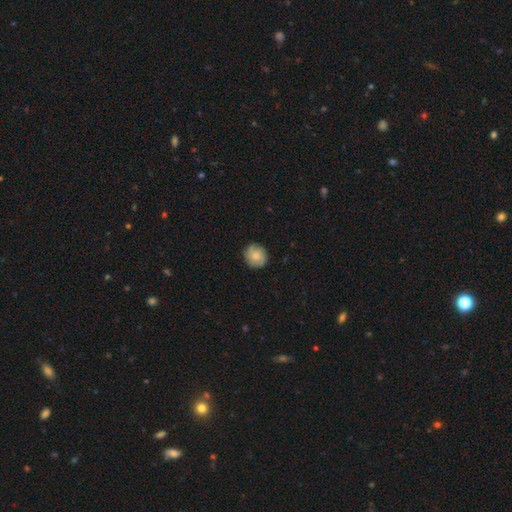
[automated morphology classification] smooth_or_featured: smooth (p=0.68) [alt: featured or disk p=0.25]
how_rounded: round (p=0.85) [alt: in between p=0.14]
merging: none (p=0.82) [alt: minor disturbance p=0.14]